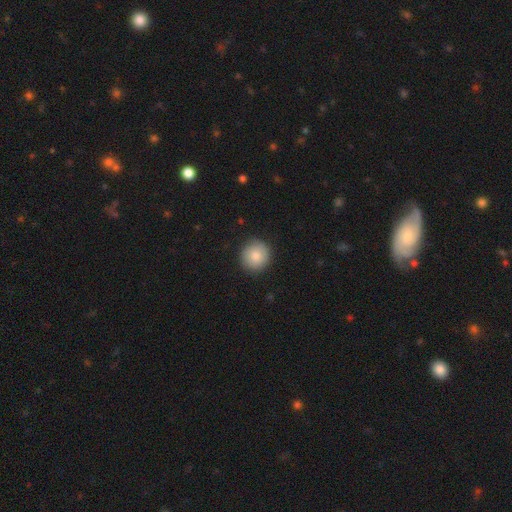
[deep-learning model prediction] The model was most divided on "smooth or featured": smooth: 85%, featured or disk: 8%, star or artifact: 7%. More confident: how rounded — round (93%); merging — none (89%).